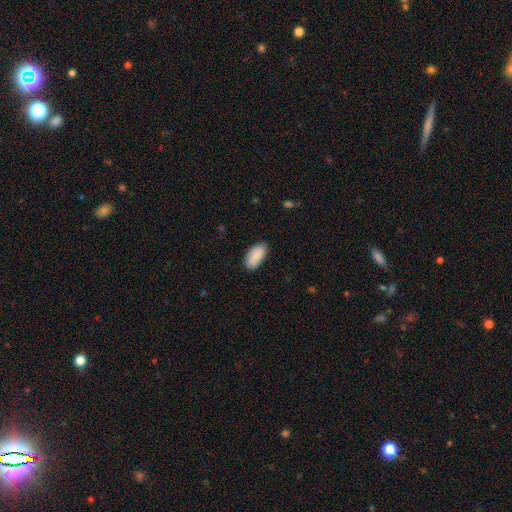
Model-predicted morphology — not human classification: Smooth or featured? smooth (90%)
How rounded? in between (94%)
Merging? none (83%)